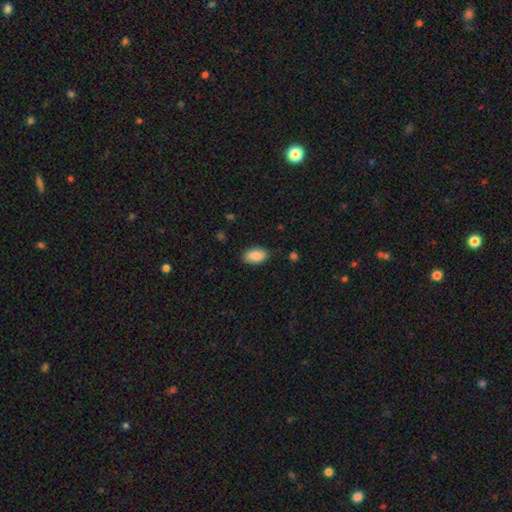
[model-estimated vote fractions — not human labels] This is clearly a smooth galaxy (88%). How rounded: clearly in between (94%). Merging: clearly none (85%).